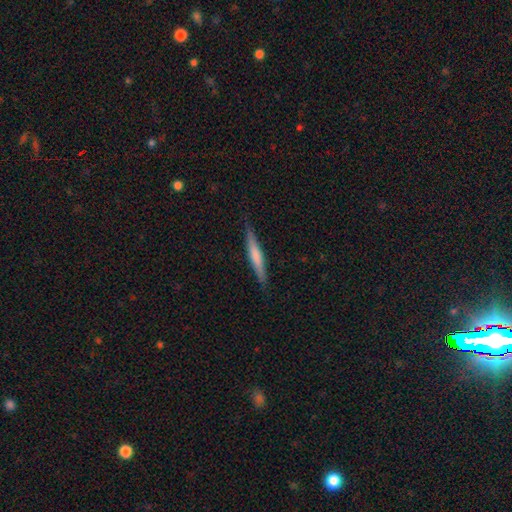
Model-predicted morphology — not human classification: type=smooth (54%); roundness=cigar-shaped (94%); merging=none (88%).